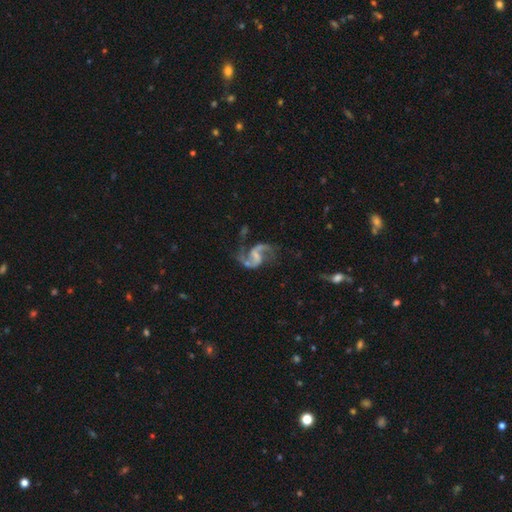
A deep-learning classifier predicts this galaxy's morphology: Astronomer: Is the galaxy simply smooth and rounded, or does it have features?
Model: featured or disk — 90%.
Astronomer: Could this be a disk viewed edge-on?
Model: no — 98%.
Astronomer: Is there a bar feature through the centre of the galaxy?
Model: weak — 49% (runner-up: no, 28%).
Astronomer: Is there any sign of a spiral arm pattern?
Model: yes — 97%.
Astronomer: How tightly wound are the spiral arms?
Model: loose — 56% (runner-up: medium, 38%).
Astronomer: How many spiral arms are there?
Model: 2 — 93%.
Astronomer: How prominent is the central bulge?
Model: none — 47% (runner-up: small, 33%).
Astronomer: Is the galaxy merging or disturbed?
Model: none — 62%.